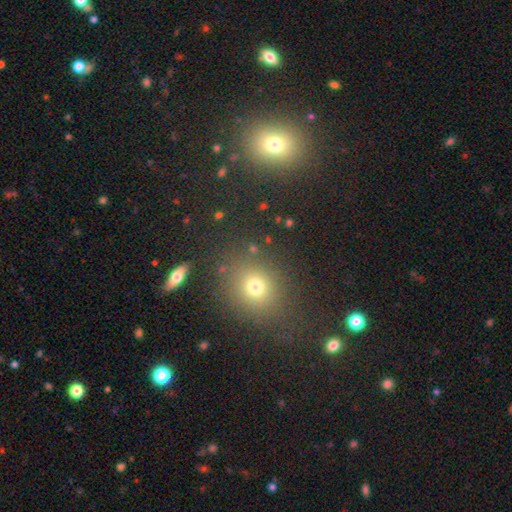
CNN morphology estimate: type=smooth (60%); roundness=round (68%); merging=none (83%).